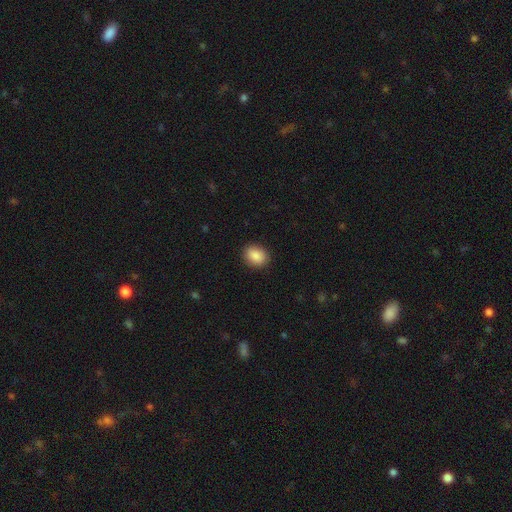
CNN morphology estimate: Smooth or featured? smooth (88%)
How rounded? in between (63%)
Merging? none (89%)